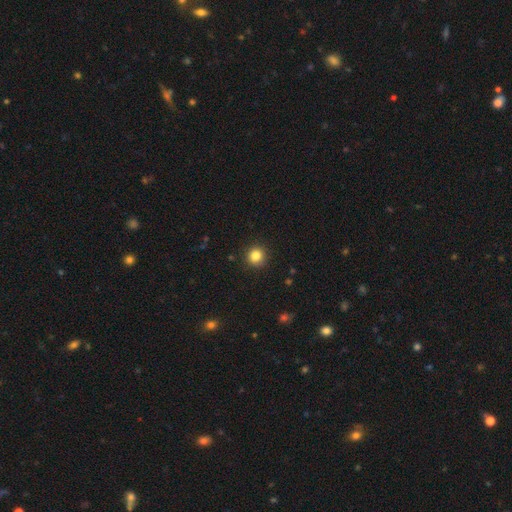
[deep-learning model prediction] Smooth or featured? Predicted: smooth (p=0.84). How rounded? Predicted: round (p=0.93). Merging? Predicted: none (p=0.91).